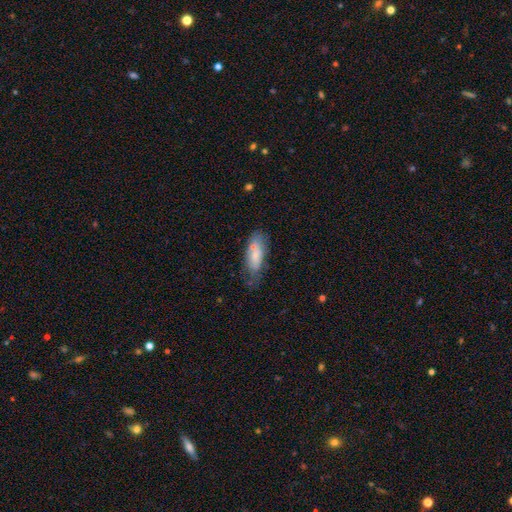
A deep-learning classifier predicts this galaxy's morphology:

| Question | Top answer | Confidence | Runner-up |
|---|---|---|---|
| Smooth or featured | smooth | 67% | featured or disk (26%) |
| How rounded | in between | 79% | cigar-shaped (18%) |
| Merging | none | 48% | minor disturbance (28%) |